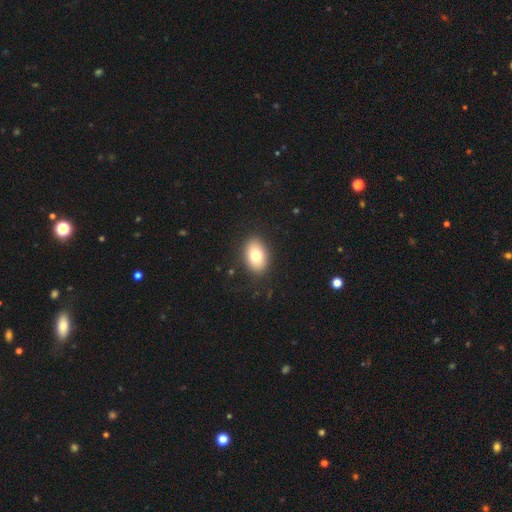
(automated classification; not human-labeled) Smooth or featured?
  - smooth: 76% *
  - featured or disk: 16%
  - star or artifact: 8%
How rounded?
  - in between: 85% *
  - round: 14%
  - cigar-shaped: 1%
Merging?
  - none: 88% *
  - minor disturbance: 8%
  - major disturbance: 3%
  - merger: 1%